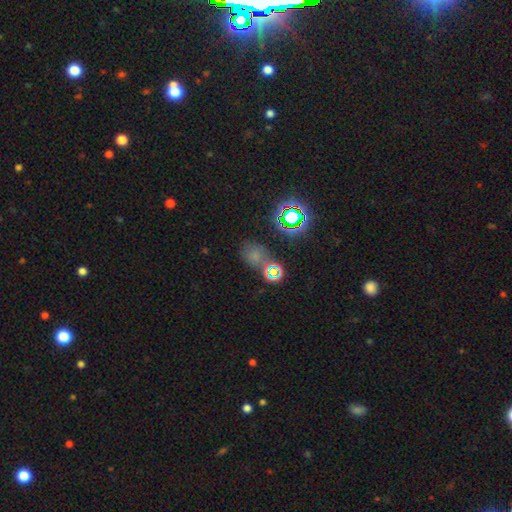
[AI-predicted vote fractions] A smooth galaxy with no disk features (51%) that is round (50%).

Vote fractions:
- Smooth or featured? smooth: 51% / star or artifact: 40% / featured or disk: 10%
- How rounded? round: 50% / in between: 49% / cigar-shaped: 2%
- Merging? none: 58% / minor disturbance: 18% / merger: 15% / major disturbance: 9%